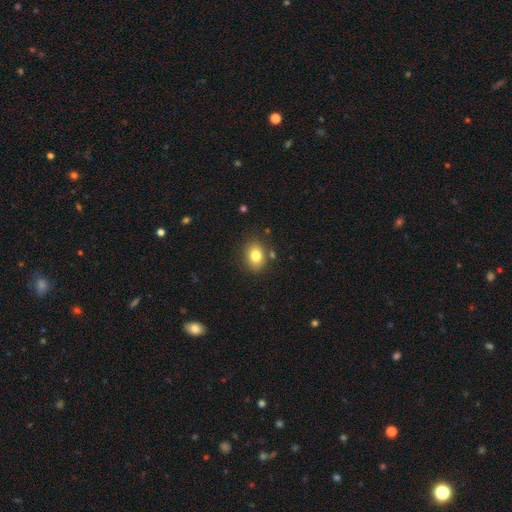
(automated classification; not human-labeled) Morphology: type=smooth (80%); roundness=in between (62%); merging=none (82%).